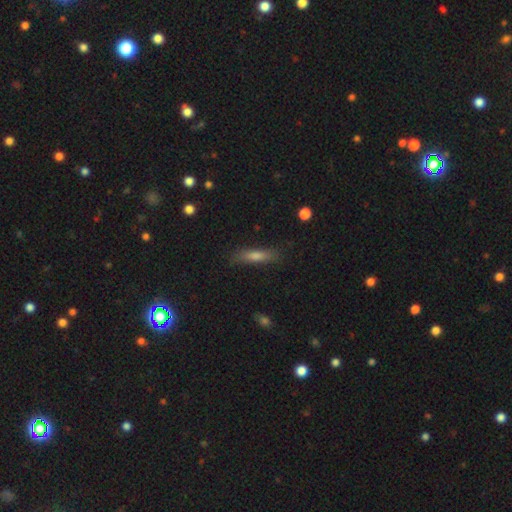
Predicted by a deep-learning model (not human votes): A smooth galaxy with no disk features (63%) that is cigar-shaped (81%). Merging: none (83%).